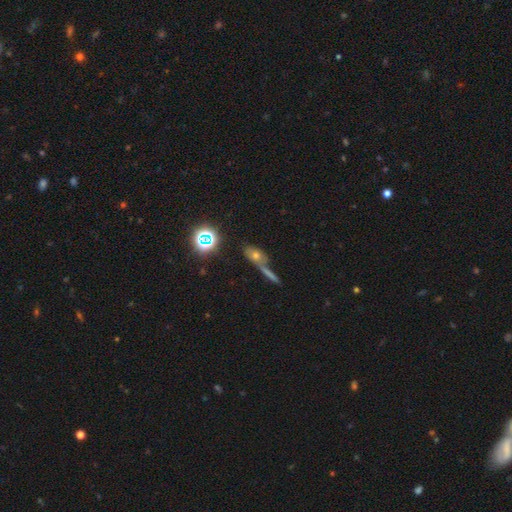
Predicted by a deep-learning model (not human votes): A smooth galaxy with no disk features (48%).

Vote fractions:
- Smooth or featured? smooth: 48% / star or artifact: 26% / featured or disk: 25%
- Merging? none: 49% / merger: 30% / minor disturbance: 12% / major disturbance: 8%